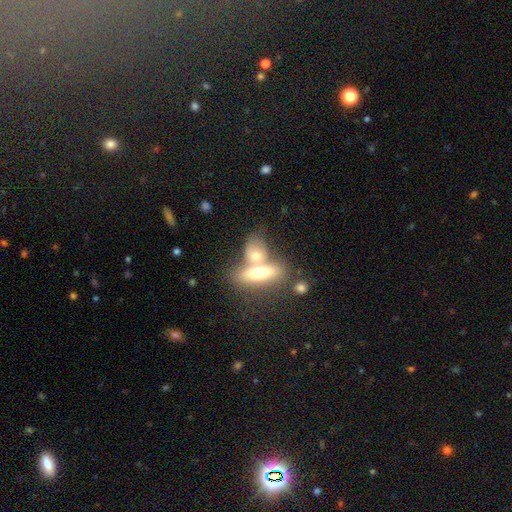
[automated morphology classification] type=smooth (64%); roundness=in between (67%); merging=merger (58%).